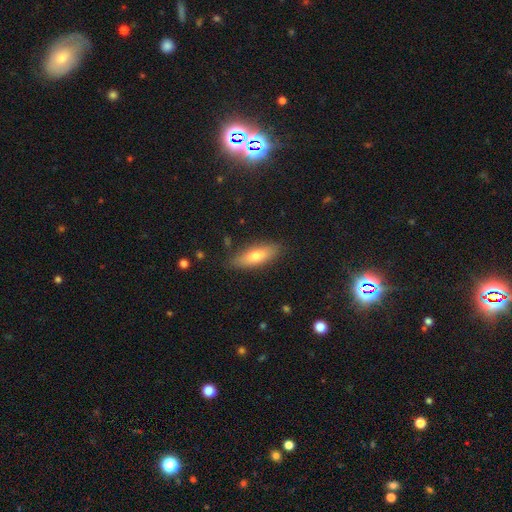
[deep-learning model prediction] Smooth or featured? Predicted: smooth (p=0.71). How rounded? Predicted: in between (p=0.60). Merging? Predicted: none (p=0.85).